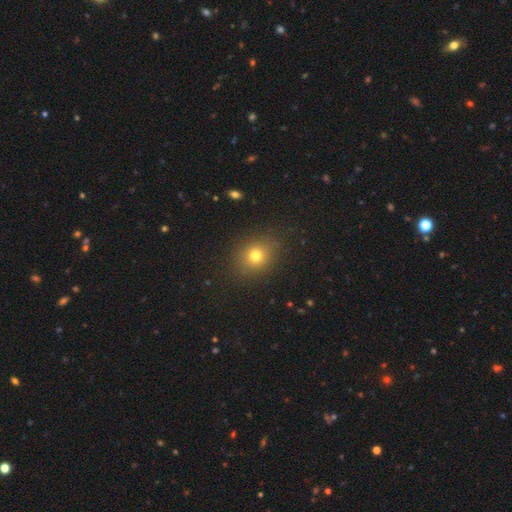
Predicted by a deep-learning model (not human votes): A smooth galaxy with no disk features (75%) that is round (69%).

Vote fractions:
- Smooth or featured? smooth: 75% / star or artifact: 16% / featured or disk: 9%
- How rounded? round: 69% / in between: 30% / cigar-shaped: 1%
- Merging? none: 86% / minor disturbance: 9% / major disturbance: 4% / merger: 1%